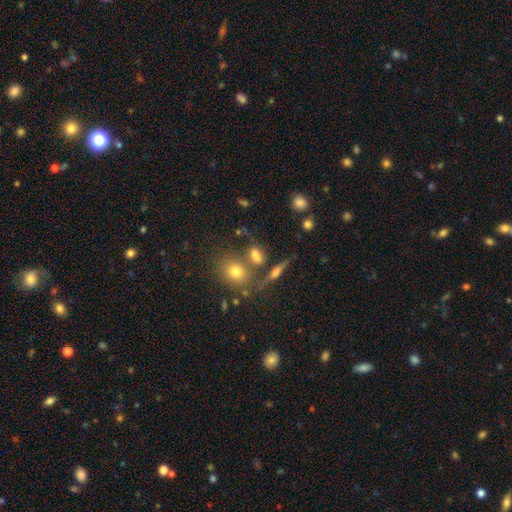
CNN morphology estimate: A smooth galaxy with no disk features (67%) that is in between round and cigar-shaped (57%).

Vote fractions:
- Smooth or featured? smooth: 67% / featured or disk: 18% / star or artifact: 15%
- How rounded? in between: 57% / round: 35% / cigar-shaped: 9%
- Merging? none: 54% / merger: 25% / minor disturbance: 14% / major disturbance: 7%